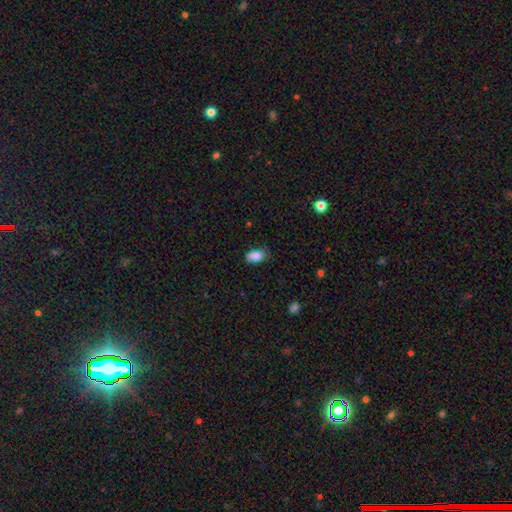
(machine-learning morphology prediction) The model was most divided on "merging": none: 67%, minor disturbance: 27%, major disturbance: 5%, merger: 2%. More confident: how rounded — in between (90%); smooth or featured — smooth (84%).